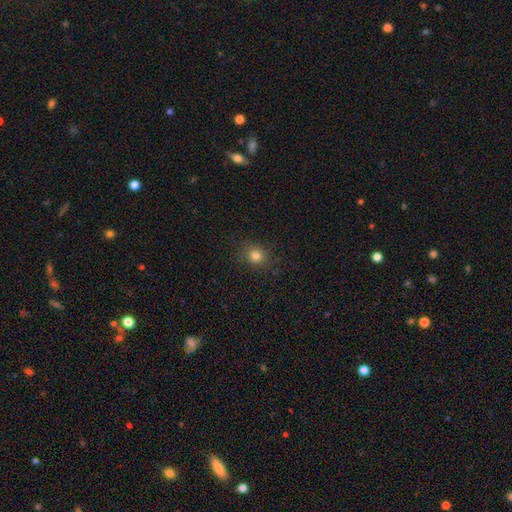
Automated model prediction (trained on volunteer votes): Smooth or featured?
  - smooth: 80% *
  - star or artifact: 14%
  - featured or disk: 6%
How rounded?
  - round: 76% *
  - in between: 23%
  - cigar-shaped: 1%
Merging?
  - none: 87% *
  - minor disturbance: 9%
  - major disturbance: 3%
  - merger: 1%